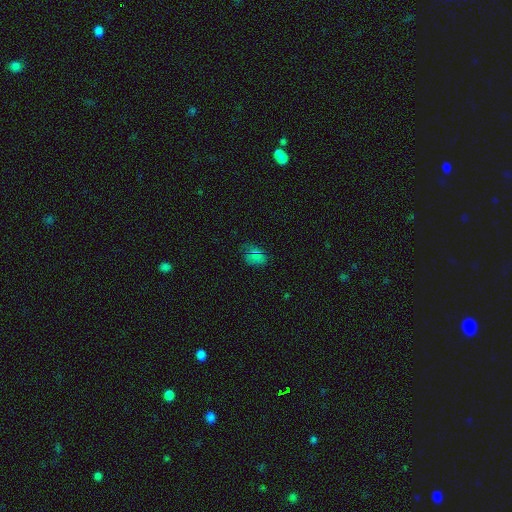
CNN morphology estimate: Smooth or featured?
  - smooth: 60% *
  - star or artifact: 29%
  - featured or disk: 11%
How rounded?
  - in between: 77% *
  - round: 21%
  - cigar-shaped: 2%
Merging?
  - none: 57% *
  - minor disturbance: 27%
  - major disturbance: 13%
  - merger: 3%